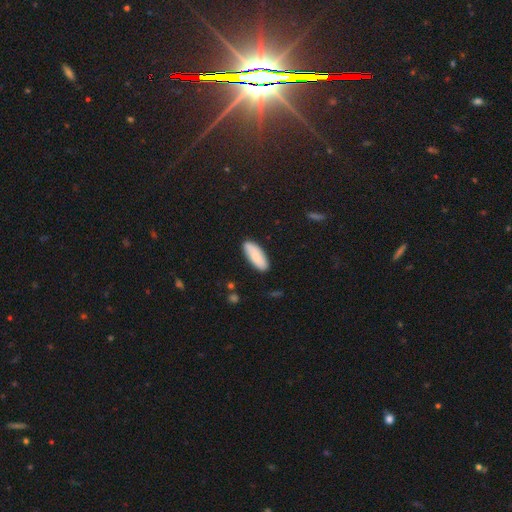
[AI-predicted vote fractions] This is clearly a smooth galaxy (82%). How rounded: likely in between (74%). Merging: clearly none (87%).